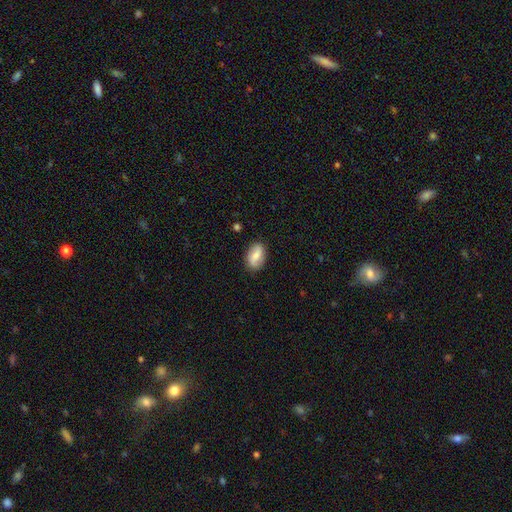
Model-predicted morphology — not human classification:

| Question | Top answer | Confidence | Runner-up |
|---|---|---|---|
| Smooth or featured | smooth | 63% | featured or disk (30%) |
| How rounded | in between | 89% | round (7%) |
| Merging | none | 84% | minor disturbance (12%) |